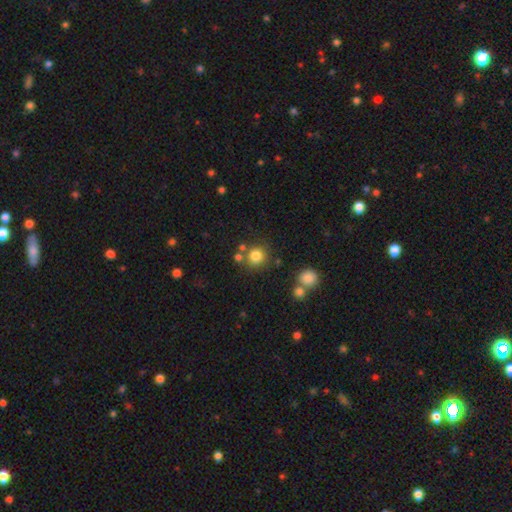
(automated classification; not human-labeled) smooth_or_featured: smooth (p=0.81) [alt: star or artifact p=0.13]
how_rounded: round (p=0.91) [alt: in between p=0.08]
merging: none (p=0.74) [alt: merger p=0.12]